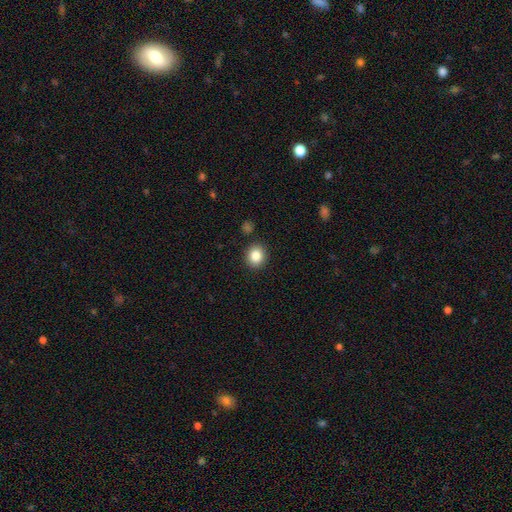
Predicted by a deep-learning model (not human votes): Smooth or featured? smooth (85%)
How rounded? round (74%)
Merging? none (89%)